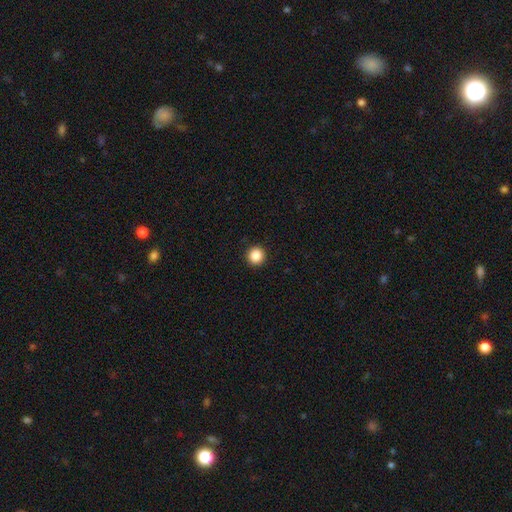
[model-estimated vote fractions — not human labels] This appears to be a smooth galaxy with no disk features (87%) that is round (95%). Merging: none (93%).